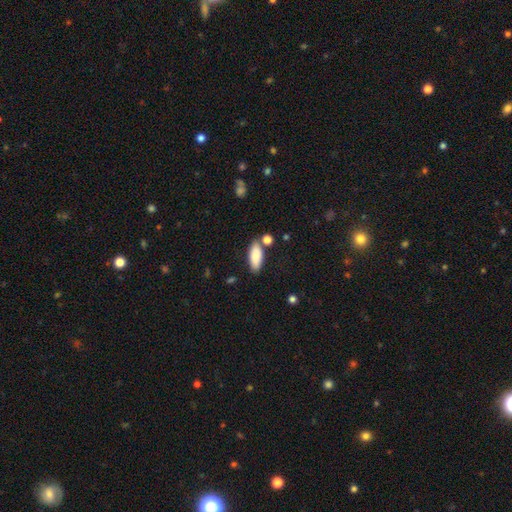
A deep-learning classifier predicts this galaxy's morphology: A smooth galaxy with no disk features (85%) that is in between round and cigar-shaped (79%).

Vote fractions:
- Smooth or featured? smooth: 85% / featured or disk: 8% / star or artifact: 6%
- How rounded? in between: 79% / cigar-shaped: 18% / round: 2%
- Merging? none: 73% / minor disturbance: 14% / merger: 10% / major disturbance: 3%